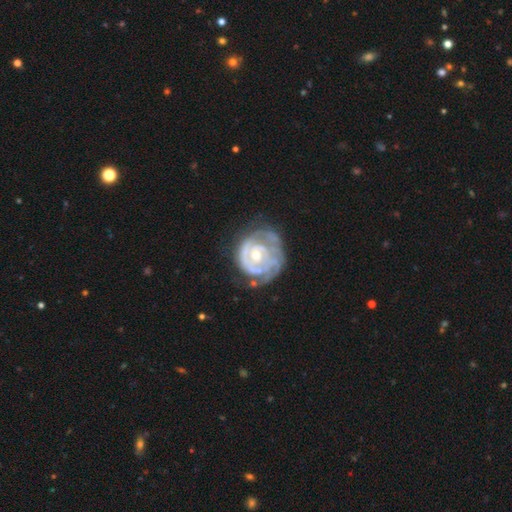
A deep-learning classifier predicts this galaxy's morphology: type=featured or disk (84%); edge-on=no (98%); bar=no (75%); spiral arms=yes (88%); winding=tight (73%); arm count=can't tell (40%); bulge=moderate (56%); merging=none (54%).